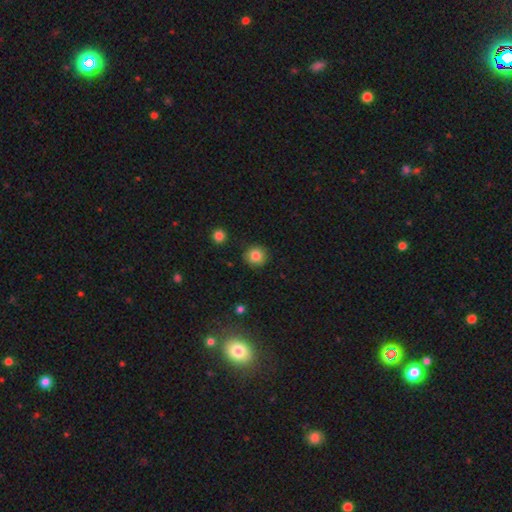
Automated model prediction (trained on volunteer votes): Morphology: type=smooth (84%); roundness=round (92%); merging=none (89%).